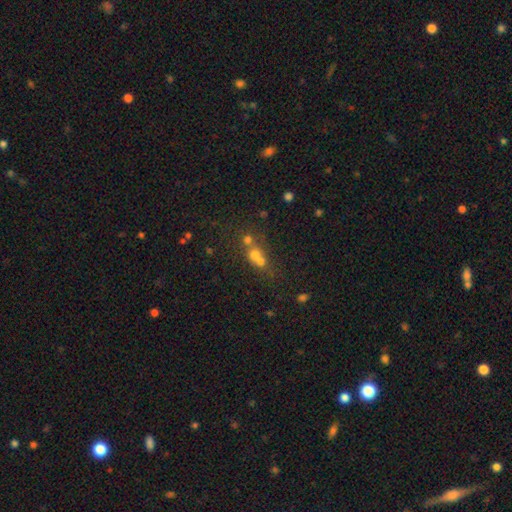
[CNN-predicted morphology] Overall: smooth (55%; featured or disk 22%). How rounded: round (77%). Merging: merger (58%; none 32%).